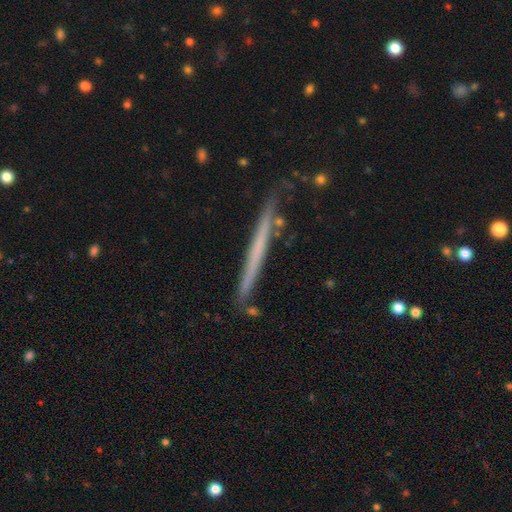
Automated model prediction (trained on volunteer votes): Smooth or featured? Predicted: featured or disk (p=0.50). Merging? Predicted: none (p=0.78).